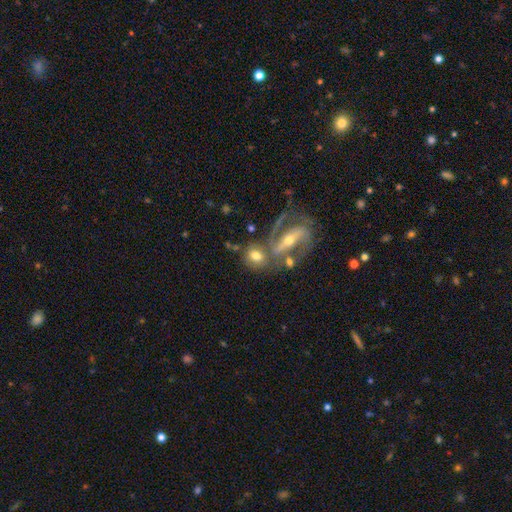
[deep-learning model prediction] Q: Smooth or featured?
A: featured or disk (46%); tied with: smooth (46%)
Q: Merging?
A: none (50%); runner-up: merger (30%)